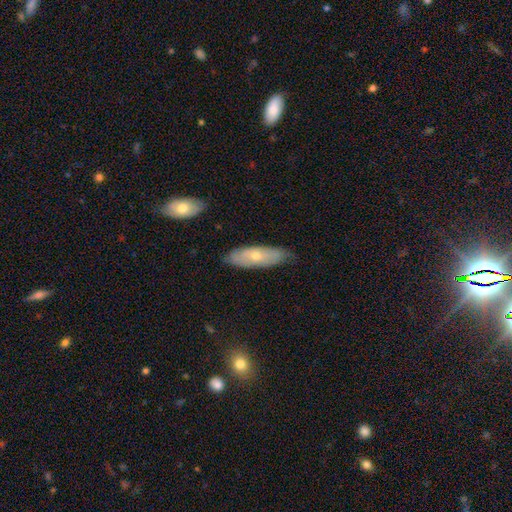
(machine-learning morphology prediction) This is possibly a smooth galaxy (48%). Merging: likely none (76%).